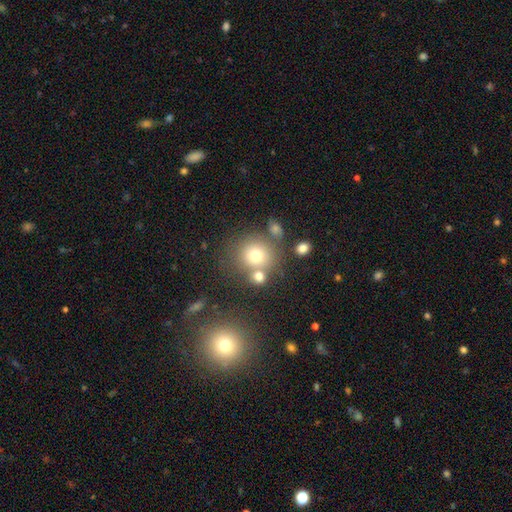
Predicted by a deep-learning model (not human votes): A smooth galaxy with no disk features (70%) that is round (87%). Merging: none (62%).